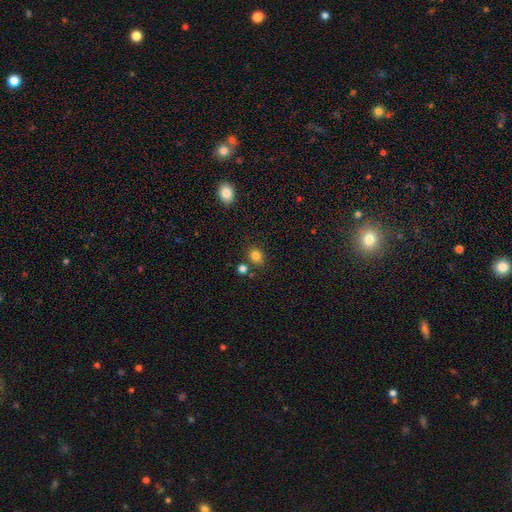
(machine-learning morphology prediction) smooth_or_featured: smooth (p=0.82) [alt: star or artifact p=0.13]
how_rounded: round (p=0.58) [alt: in between p=0.41]
merging: none (p=0.75) [alt: minor disturbance p=0.12]